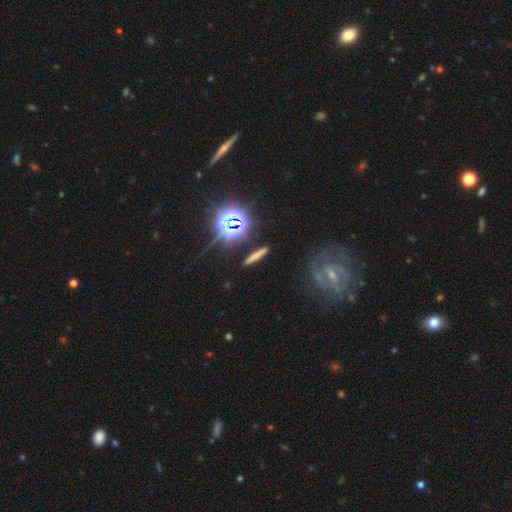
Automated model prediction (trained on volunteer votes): smooth-or-featured: smooth: 55% | star or artifact: 25% | featured or disk: 20%
  how-rounded: cigar-shaped: 87% | in between: 8% | round: 5%
  merging: none: 86% | minor disturbance: 9% | major disturbance: 3% | merger: 3%